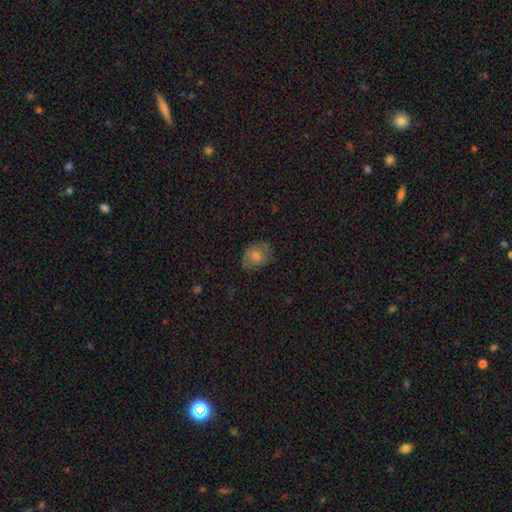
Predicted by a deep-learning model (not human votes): smooth_or_featured: smooth (p=0.52) [alt: featured or disk p=0.35]
how_rounded: in between (p=0.54) [alt: round p=0.45]
merging: none (p=0.71) [alt: minor disturbance p=0.21]